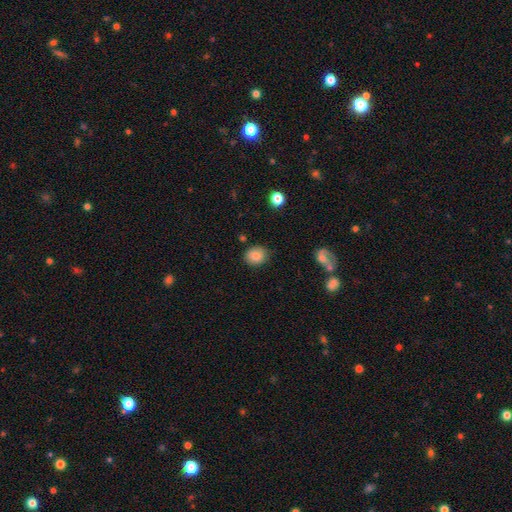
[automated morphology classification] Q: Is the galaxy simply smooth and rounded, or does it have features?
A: smooth — 85%.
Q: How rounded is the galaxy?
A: round — 67%.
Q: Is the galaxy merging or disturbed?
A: none — 82%.